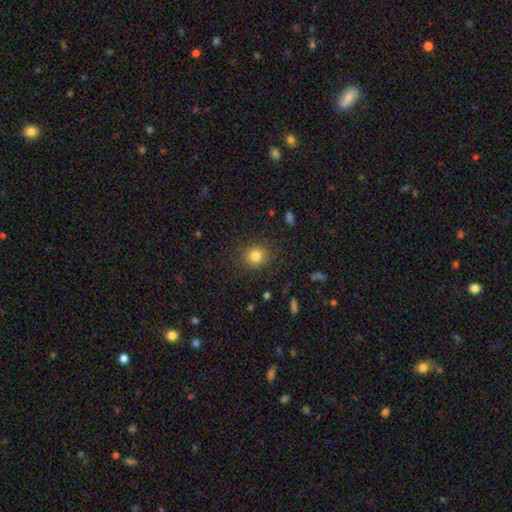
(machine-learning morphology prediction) Overall: smooth (82%). How rounded: round (84%). Merging: none (86%).